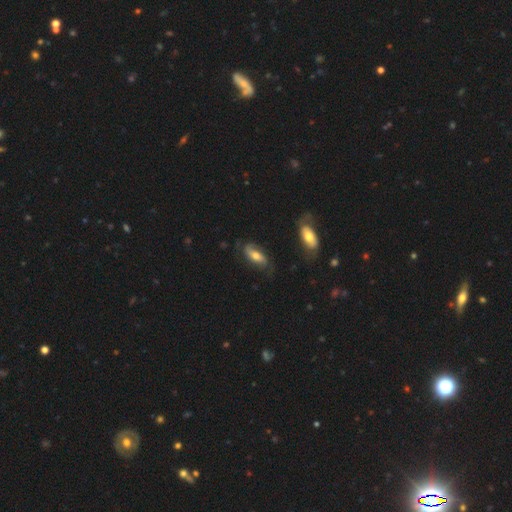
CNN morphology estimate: Smooth or featured: smooth — 46% (tied with featured or disk — 46%)
Merging: none — 60% (minor disturbance — 25%)